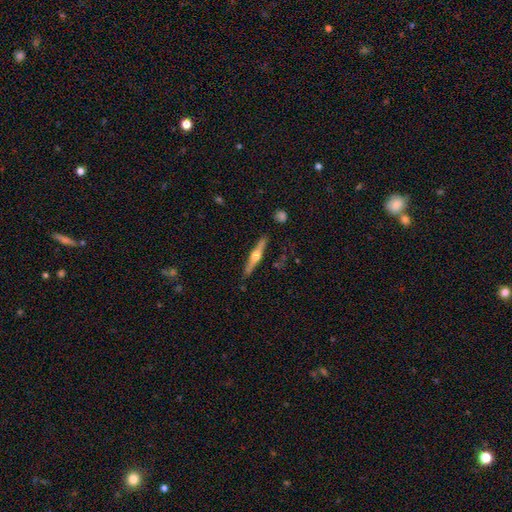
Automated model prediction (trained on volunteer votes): Smooth or featured?
  - featured or disk: 73% *
  - smooth: 22%
  - star or artifact: 5%
Edge-on disk?
  - yes: 98% *
  - no: 2%
Edge-on bulge?
  - rounded: 95% *
  - boxy: 2%
  - none: 2%
Merging?
  - none: 89% *
  - minor disturbance: 8%
  - merger: 2%
  - major disturbance: 2%